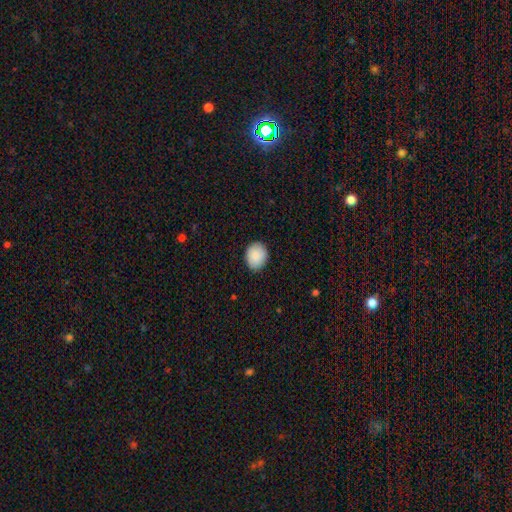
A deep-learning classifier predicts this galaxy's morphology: Q: Smooth or featured?
A: smooth (89%); runner-up: star or artifact (7%)
Q: How rounded?
A: round (57%); runner-up: in between (42%)
Q: Merging?
A: none (87%); runner-up: minor disturbance (10%)